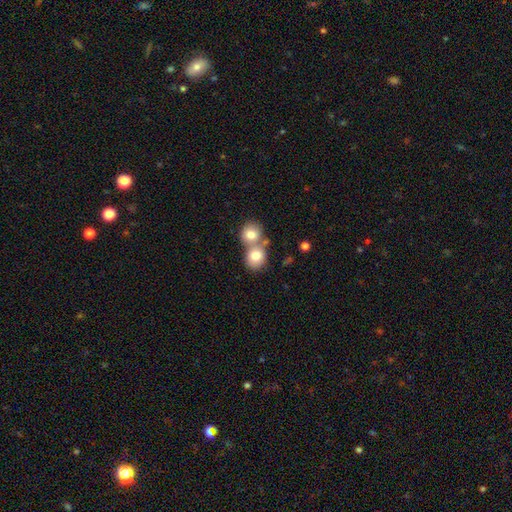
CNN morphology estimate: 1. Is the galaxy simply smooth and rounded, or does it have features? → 78% smooth, 13% featured or disk, 9% star or artifact.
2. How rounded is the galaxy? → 72% round, 27% in between, 1% cigar-shaped.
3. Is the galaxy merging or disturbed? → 61% merger, 31% none, 6% minor disturbance, 2% major disturbance.